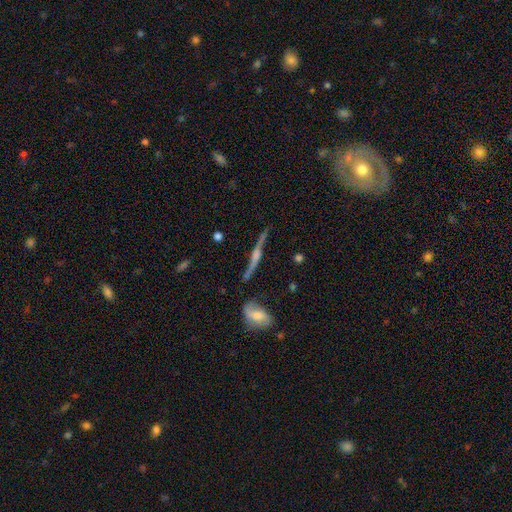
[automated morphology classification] Smooth or featured? Predicted: featured or disk (p=0.84). Edge-on disk? Predicted: yes (p=0.93). Edge-on bulge? Predicted: rounded (p=0.84). Merging? Predicted: none (p=0.77).